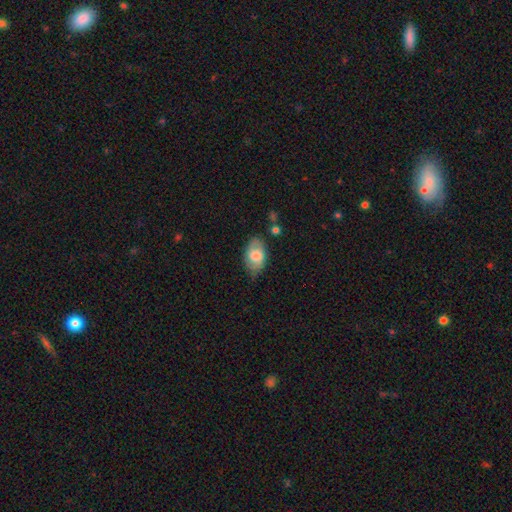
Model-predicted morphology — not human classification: The model was most divided on "smooth or featured": smooth: 68%, featured or disk: 26%, star or artifact: 7%. More confident: how rounded — in between (92%); merging — none (69%).